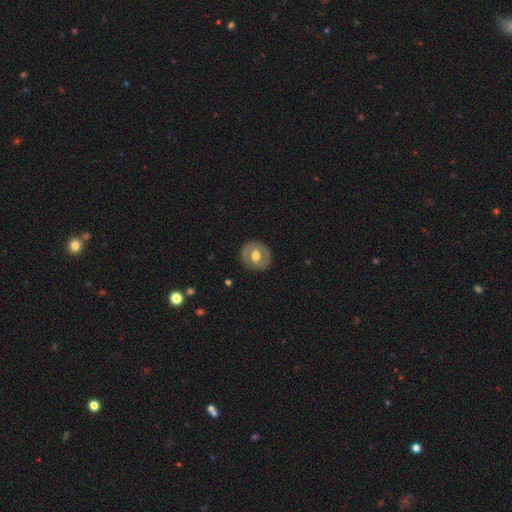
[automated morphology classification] Smooth or featured? Predicted: featured or disk (p=0.48). Merging? Predicted: none (p=0.86).